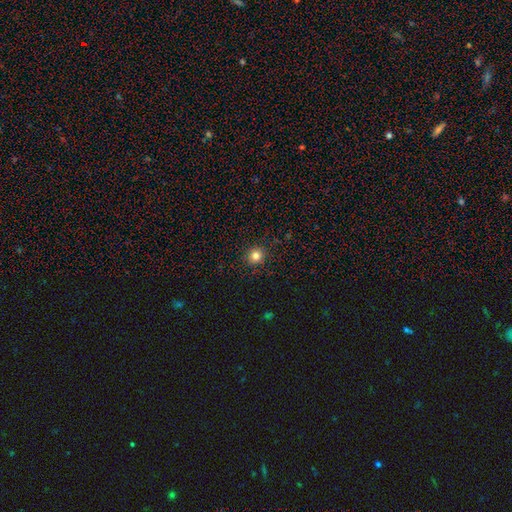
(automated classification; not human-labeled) A smooth galaxy with no disk features (82%) that is round (91%).

Vote fractions:
- Smooth or featured? smooth: 82% / star or artifact: 13% / featured or disk: 5%
- How rounded? round: 91% / in between: 8% / cigar-shaped: 1%
- Merging? none: 91% / minor disturbance: 6% / major disturbance: 2% / merger: 1%